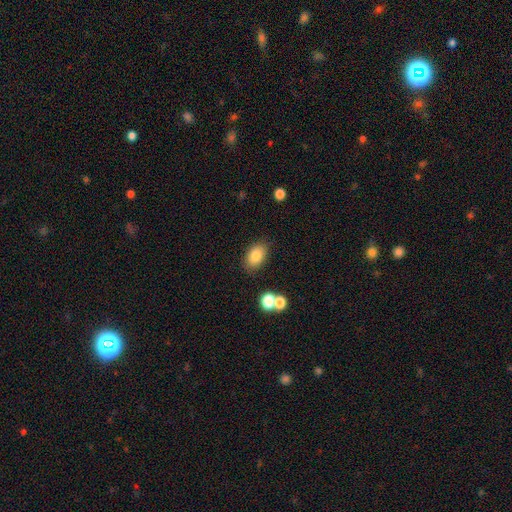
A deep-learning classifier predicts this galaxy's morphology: Smooth or featured? Predicted: smooth (p=0.81). How rounded? Predicted: in between (p=0.87). Merging? Predicted: none (p=0.82).